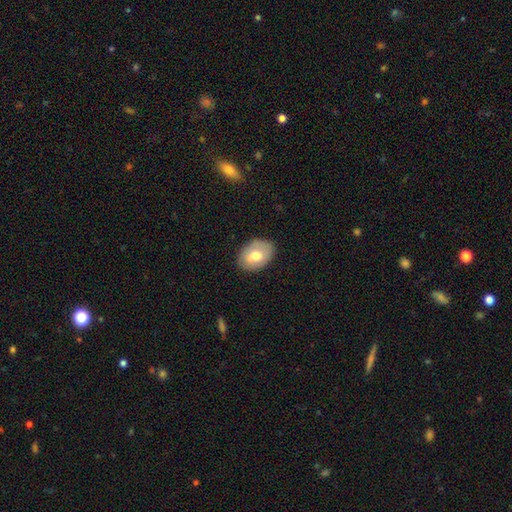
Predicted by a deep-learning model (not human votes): smooth-or-featured: smooth: 68% | featured or disk: 26% | star or artifact: 7%
  how-rounded: in between: 78% | round: 21% | cigar-shaped: 1%
  merging: none: 85% | minor disturbance: 12% | major disturbance: 3% | merger: 1%